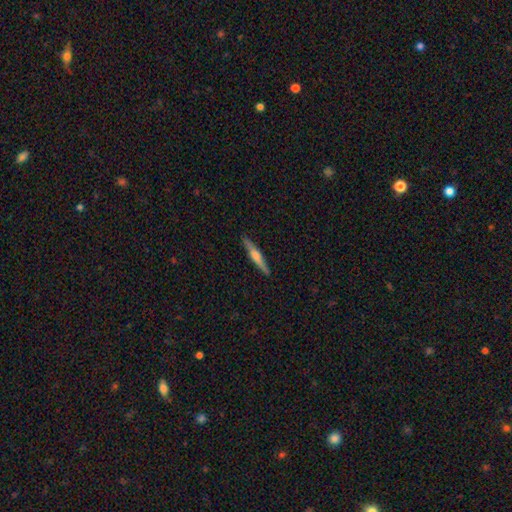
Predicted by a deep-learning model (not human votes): smooth_or_featured: featured or disk (p=0.64) [alt: smooth p=0.30]
disk_edge_on: yes (p=0.98) [alt: no p=0.02]
edge_on_bulge: rounded (p=0.82) [alt: boxy p=0.09]
merging: none (p=0.91) [alt: minor disturbance p=0.06]